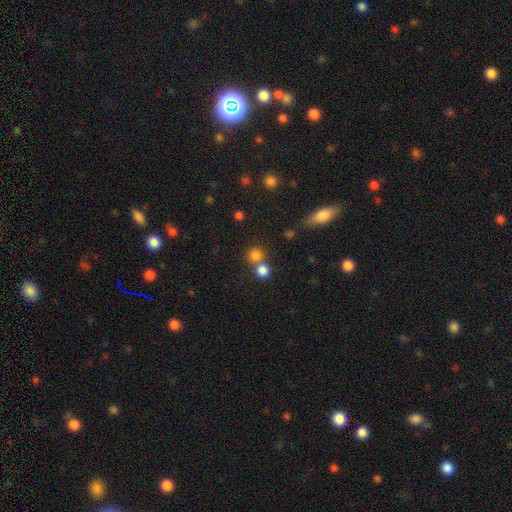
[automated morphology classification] This is likely a smooth galaxy (79%). How rounded: clearly round (87%). Merging: possibly none (55%).